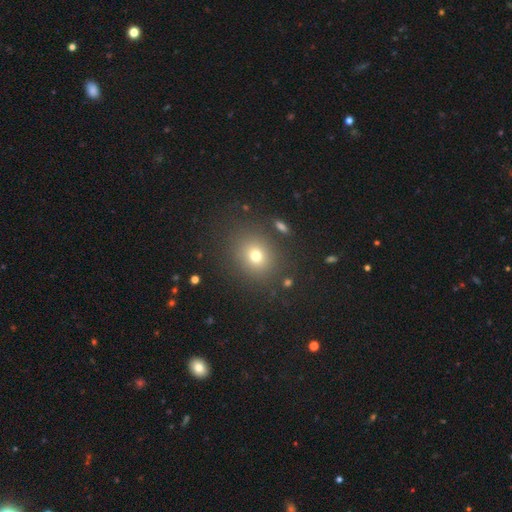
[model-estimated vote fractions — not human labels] The model was most divided on "how rounded": round: 74%, in between: 25%, cigar-shaped: 1%. More confident: merging — none (85%); smooth or featured — smooth (73%).